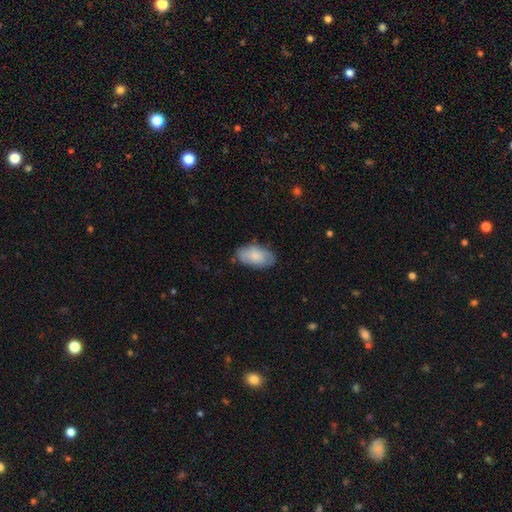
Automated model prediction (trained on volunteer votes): smooth-or-featured: smooth: 76% | featured or disk: 18% | star or artifact: 6%
  how-rounded: in between: 94% | round: 4% | cigar-shaped: 2%
  merging: none: 75% | minor disturbance: 20% | major disturbance: 4% | merger: 1%